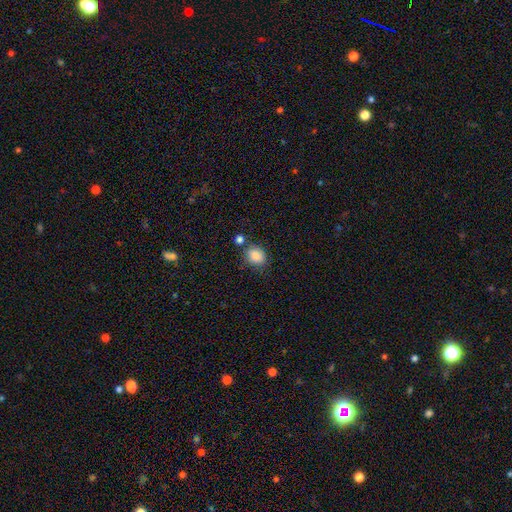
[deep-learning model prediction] smooth_or_featured: smooth (p=0.87) [alt: star or artifact p=0.09]
how_rounded: round (p=0.51) [alt: in between p=0.48]
merging: none (p=0.70) [alt: minor disturbance p=0.15]